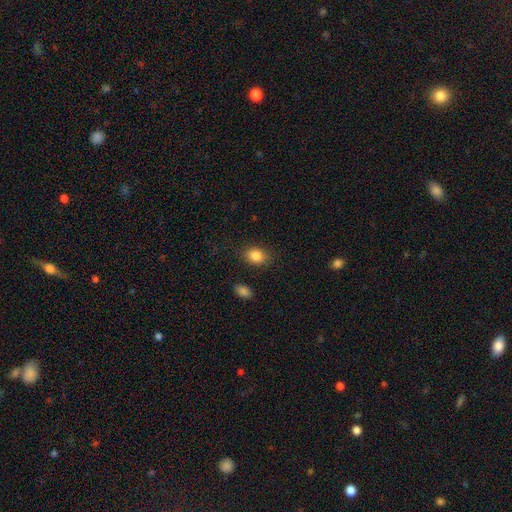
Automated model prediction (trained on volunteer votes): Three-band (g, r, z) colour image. It shows a smooth galaxy with no disk features (86%) that is in between round and cigar-shaped (64%). Merging: none (83%).